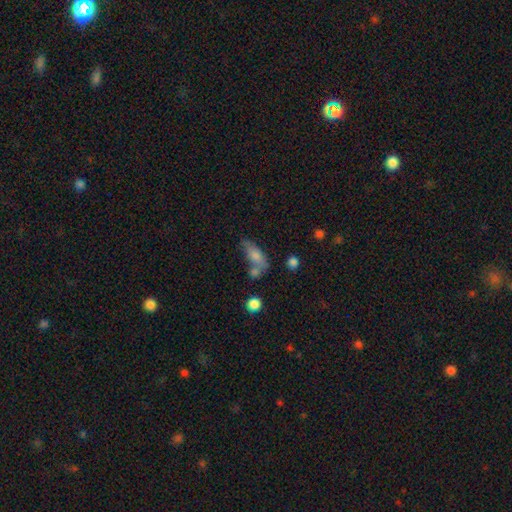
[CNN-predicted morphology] Smooth or featured: smooth — 72% (featured or disk — 19%)
How rounded: in between — 77% (cigar-shaped — 17%)
Merging: none — 34% (merger — 31%)